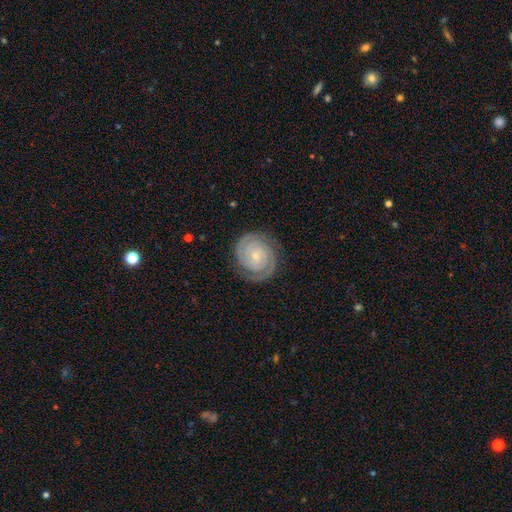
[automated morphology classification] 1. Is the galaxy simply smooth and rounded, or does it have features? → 89% featured or disk, 6% smooth, 5% star or artifact.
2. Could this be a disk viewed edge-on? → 98% no, 2% yes.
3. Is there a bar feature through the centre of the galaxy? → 65% no, 26% weak, 9% strong.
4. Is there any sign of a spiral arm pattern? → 98% yes, 2% no.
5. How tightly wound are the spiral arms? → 85% tight, 13% medium, 2% loose.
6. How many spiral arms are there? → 82% 2, 7% 3, 5% can't tell, 2% 4, 2% 1, 2% more than 4.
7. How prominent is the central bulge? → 74% small, 21% moderate, 3% none, 1% large, 1% dominant.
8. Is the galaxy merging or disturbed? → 85% none, 11% minor disturbance, 3% major disturbance, 1% merger.